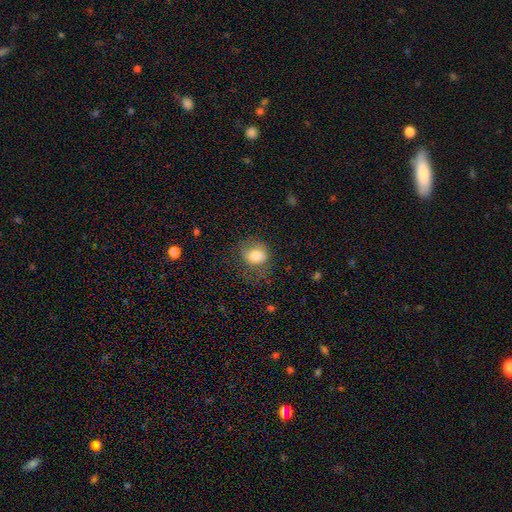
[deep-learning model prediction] smooth 76%, featured or disk 15%, star or artifact 9%. Down the decision tree: how rounded — round (61%); merging — none (58%).